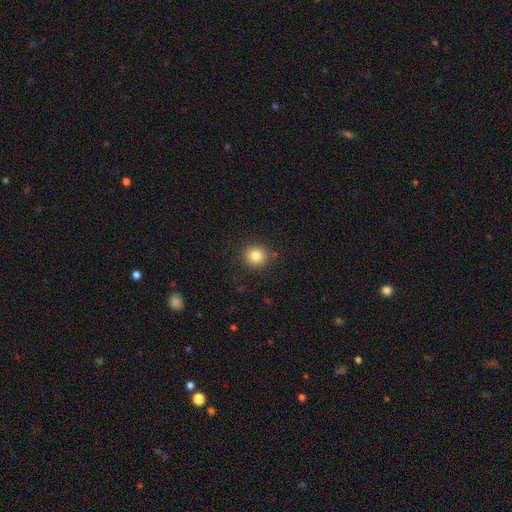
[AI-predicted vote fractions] Smooth or featured? smooth (83%)
How rounded? round (89%)
Merging? none (89%)